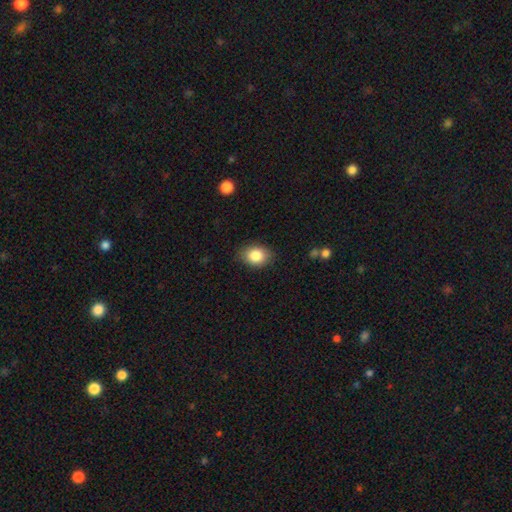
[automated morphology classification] type=smooth (86%); roundness=in between (65%); merging=none (84%).